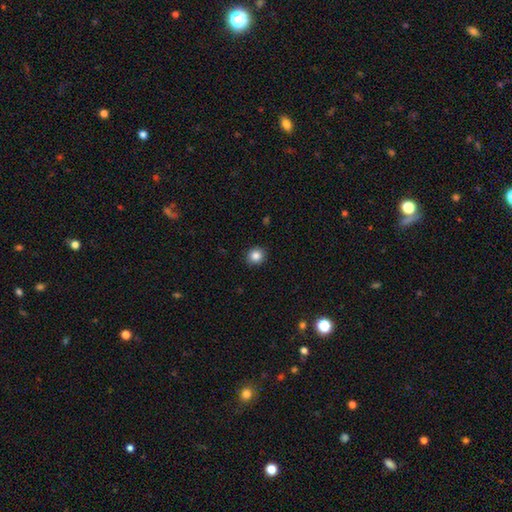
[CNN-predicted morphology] smooth-or-featured: smooth: 85% | star or artifact: 10% | featured or disk: 4%
  how-rounded: round: 87% | in between: 12% | cigar-shaped: 1%
  merging: none: 92% | minor disturbance: 6% | major disturbance: 2% | merger: 1%